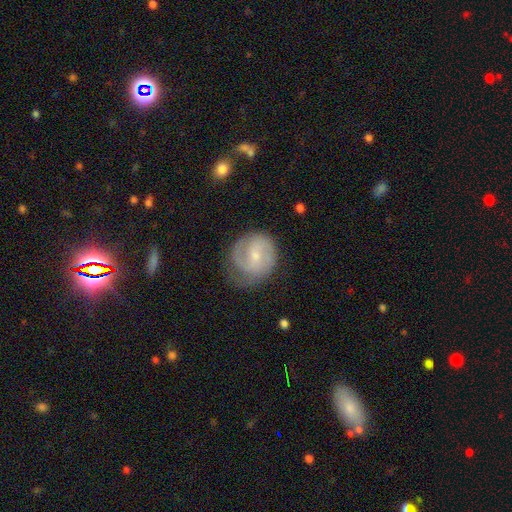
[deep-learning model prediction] Smooth or featured? Predicted: featured or disk (p=0.72). Edge-on disk? Predicted: no (p=0.98). Bar? Predicted: weak (p=0.51). Spiral arms? Predicted: yes (p=0.93). Spiral winding? Predicted: medium (p=0.45). Spiral arm count? Predicted: 2 (p=0.64). Bulge size? Predicted: small (p=0.63). Merging? Predicted: none (p=0.66).